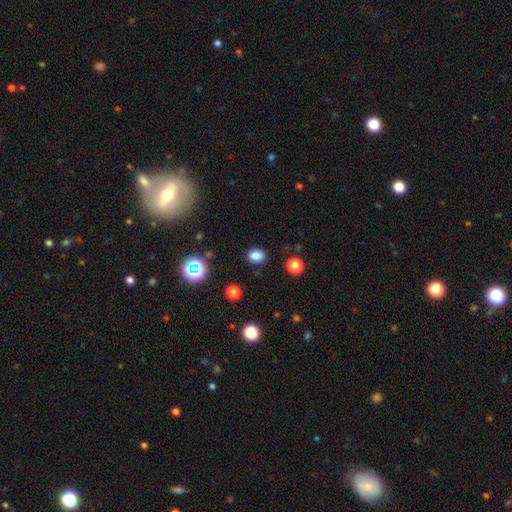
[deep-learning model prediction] smooth-or-featured: smooth: 82% | star or artifact: 14% | featured or disk: 5%
  how-rounded: round: 50% | in between: 49% | cigar-shaped: 1%
  merging: none: 88% | minor disturbance: 8% | major disturbance: 3% | merger: 2%